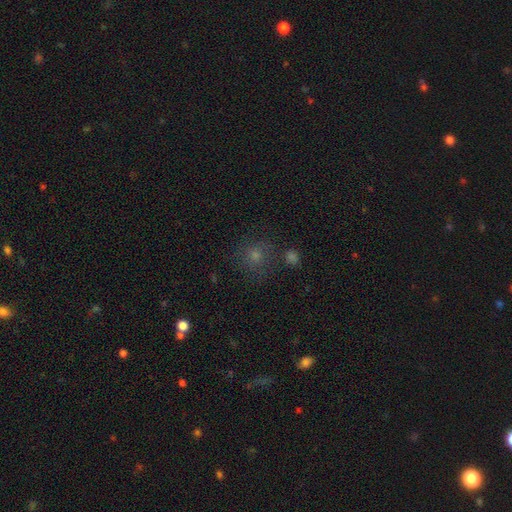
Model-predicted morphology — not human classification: Overall: smooth (62%; star or artifact 27%). How rounded: round (89%). Merging: none (74%).